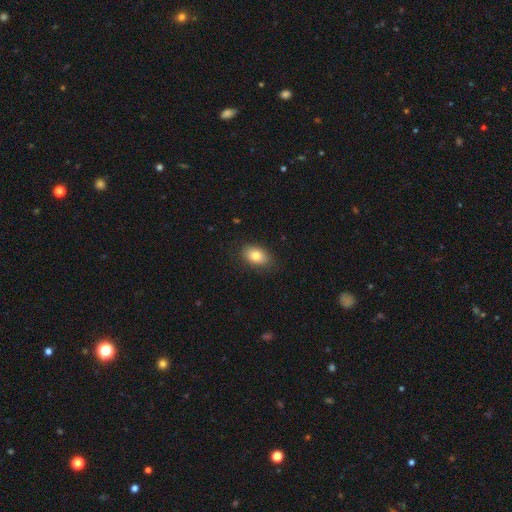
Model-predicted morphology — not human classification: smooth-or-featured: smooth: 82% | featured or disk: 10% | star or artifact: 8%
  how-rounded: in between: 86% | round: 13% | cigar-shaped: 1%
  merging: none: 85% | minor disturbance: 11% | major disturbance: 3% | merger: 1%